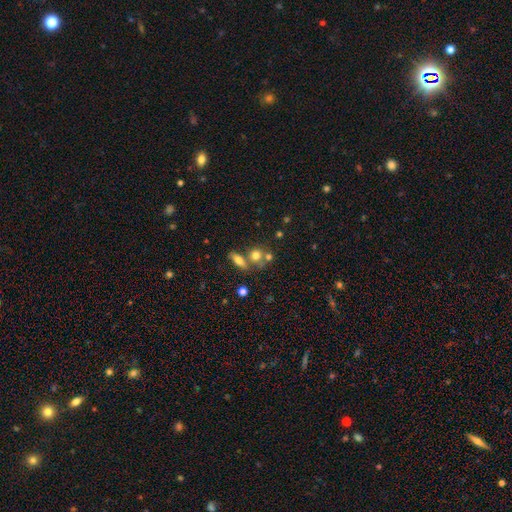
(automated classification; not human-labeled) Overall: smooth (71%). How rounded: round (67%; in between 28%). Merging: none (47%; merger 38%).